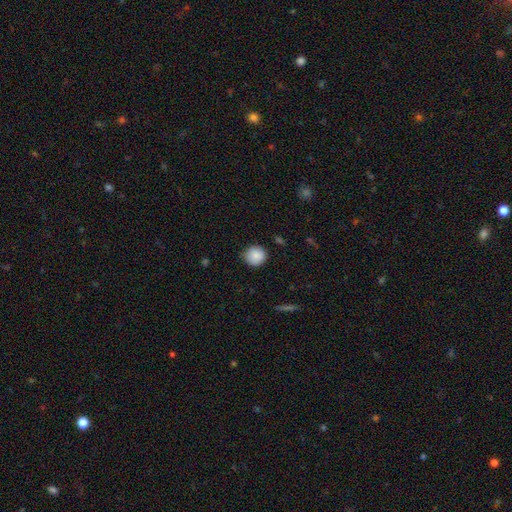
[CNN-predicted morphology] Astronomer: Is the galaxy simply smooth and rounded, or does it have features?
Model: smooth — 87%.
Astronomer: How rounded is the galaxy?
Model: round — 92%.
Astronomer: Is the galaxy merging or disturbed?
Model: none — 83%.